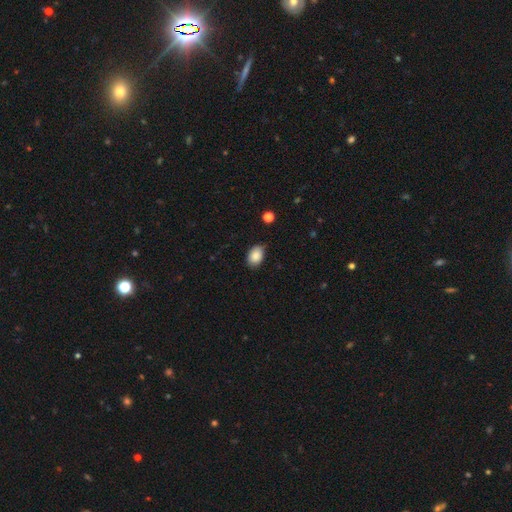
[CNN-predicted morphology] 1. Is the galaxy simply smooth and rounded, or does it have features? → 86% smooth, 8% star or artifact, 6% featured or disk.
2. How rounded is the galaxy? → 80% in between, 19% round, 1% cigar-shaped.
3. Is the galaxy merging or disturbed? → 73% none, 22% minor disturbance, 3% major disturbance, 1% merger.